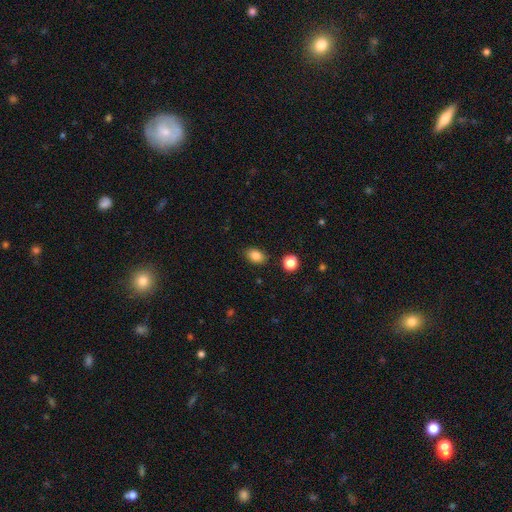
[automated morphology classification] type=smooth (84%); roundness=in between (78%); merging=none (85%).